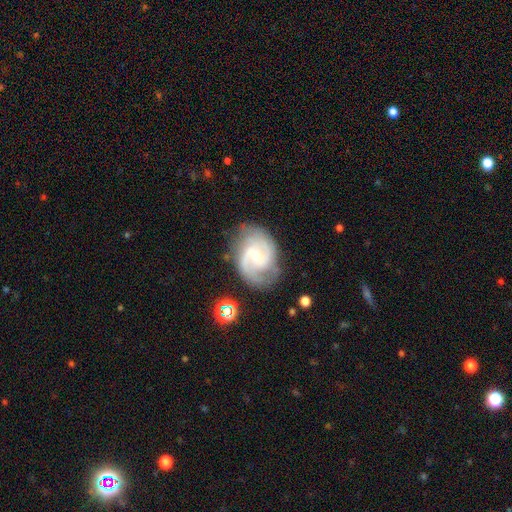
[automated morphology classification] The model was most divided on "bulge size": small: 55%, moderate: 40%, none: 2%, large: 2%, dominant: 1%. More confident: edge-on disk — no (98%); spiral arms — yes (97%); smooth or featured — featured or disk (87%); spiral arm count — 2 (80%); merging — none (71%); bar — weak (55%); spiral winding — medium (54%).